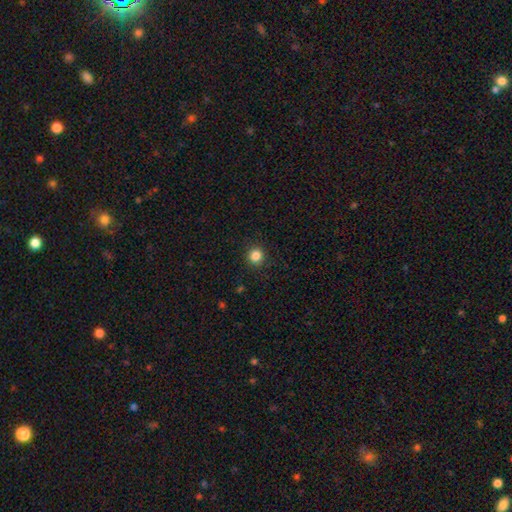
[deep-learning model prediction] Smooth or featured?
  - smooth: 84% *
  - star or artifact: 12%
  - featured or disk: 4%
How rounded?
  - round: 91% *
  - in between: 8%
  - cigar-shaped: 1%
Merging?
  - none: 91% *
  - minor disturbance: 6%
  - major disturbance: 2%
  - merger: 1%